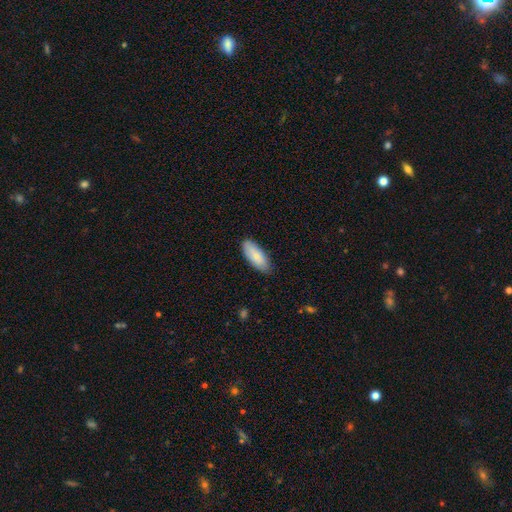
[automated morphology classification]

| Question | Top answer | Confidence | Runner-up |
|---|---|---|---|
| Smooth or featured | smooth | 81% | featured or disk (13%) |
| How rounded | in between | 82% | cigar-shaped (16%) |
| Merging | none | 83% | minor disturbance (13%) |